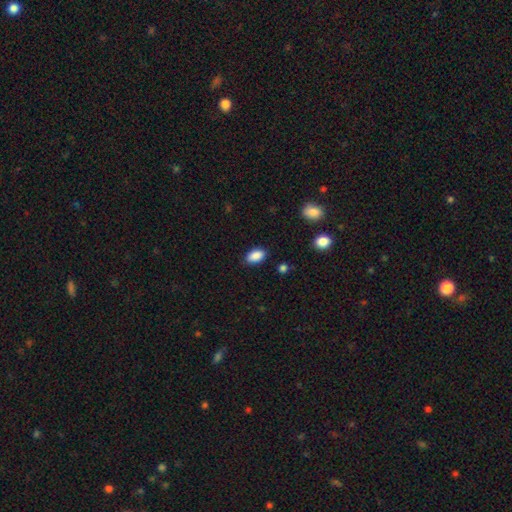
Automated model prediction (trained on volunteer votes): This appears to be a smooth galaxy with no disk features (89%) that is in between round and cigar-shaped (91%). Merging: none (85%).